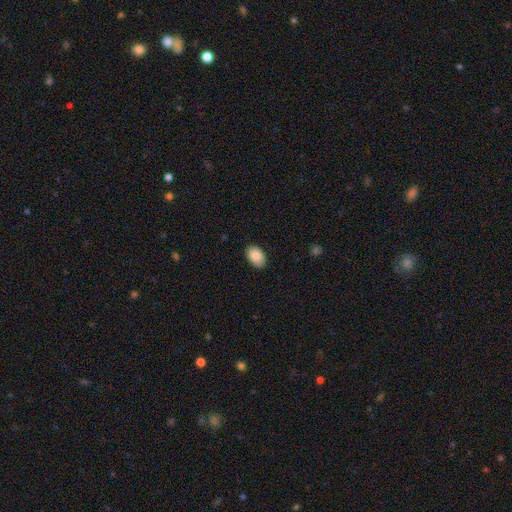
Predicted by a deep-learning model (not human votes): smooth-or-featured: smooth: 88% | star or artifact: 7% | featured or disk: 5%
  how-rounded: in between: 89% | round: 9% | cigar-shaped: 1%
  merging: none: 86% | minor disturbance: 11% | major disturbance: 2% | merger: 1%